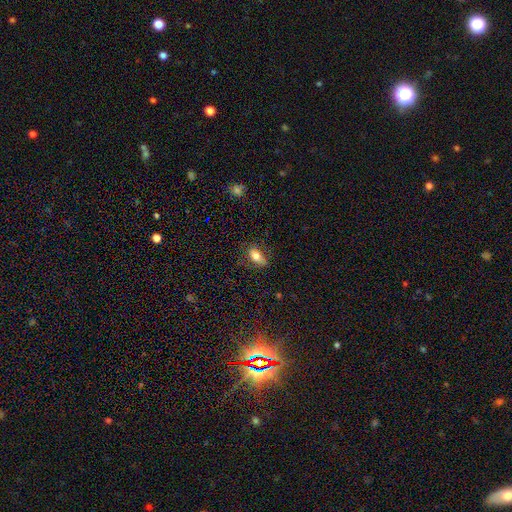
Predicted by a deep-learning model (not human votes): The model was most divided on "merging": none: 70%, minor disturbance: 22%, major disturbance: 6%, merger: 2%. More confident: how rounded — in between (85%); smooth or featured — smooth (77%).